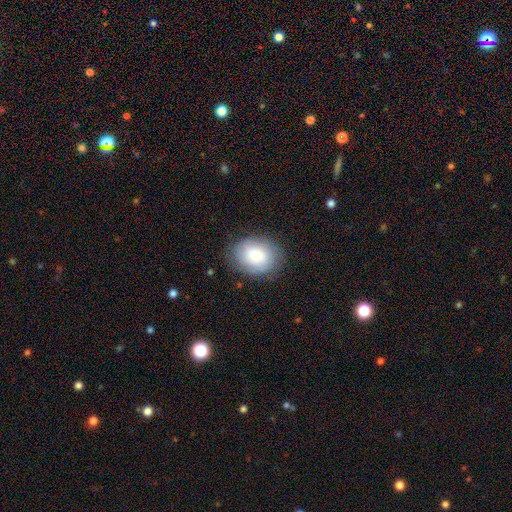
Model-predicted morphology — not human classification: Smooth or featured? Predicted: smooth (p=0.78). How rounded? Predicted: in between (p=0.59). Merging? Predicted: none (p=0.78).